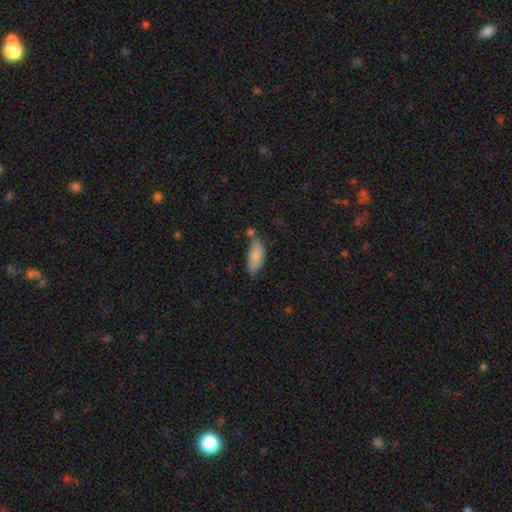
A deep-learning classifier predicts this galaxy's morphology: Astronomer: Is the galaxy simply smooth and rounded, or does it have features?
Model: smooth — 83%.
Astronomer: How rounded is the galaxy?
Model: in between — 77%.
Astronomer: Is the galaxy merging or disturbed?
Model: none — 52% (runner-up: minor disturbance, 29%).